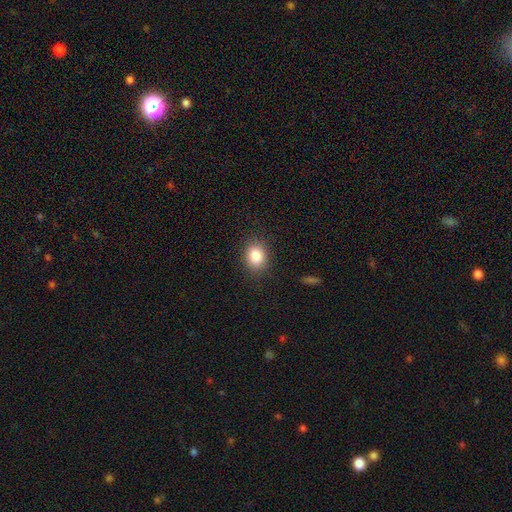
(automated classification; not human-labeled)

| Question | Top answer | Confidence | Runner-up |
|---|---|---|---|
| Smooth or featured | smooth | 83% | star or artifact (10%) |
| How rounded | round | 50% | in between (49%) |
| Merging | none | 87% | minor disturbance (9%) |